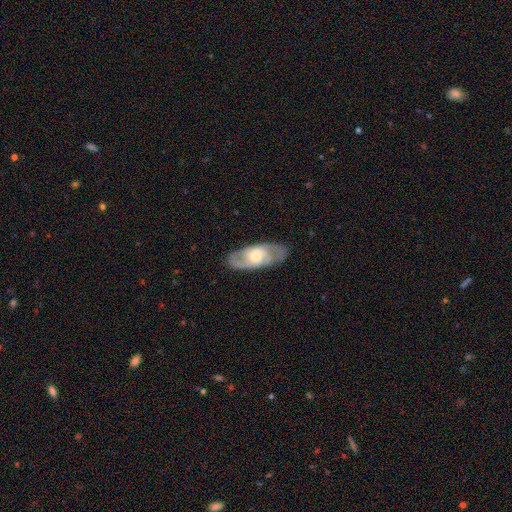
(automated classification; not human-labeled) A featured or disk galaxy (72%) with no bar (48%), 2 (70%) medium (48%) spiral arms (84%) and a moderate central bulge (54%). Merging: none (79%).